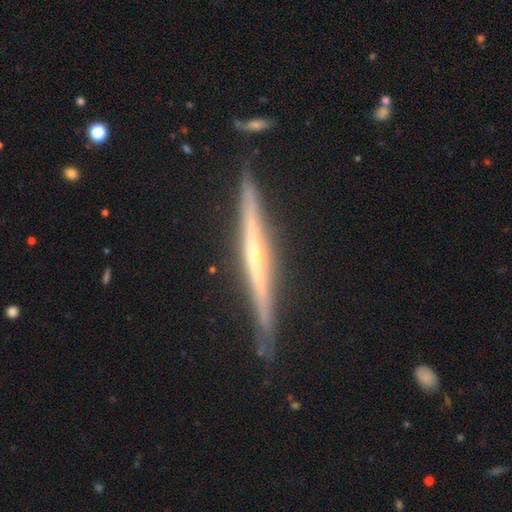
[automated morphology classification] Overall: featured or disk (84%). Edge-on disk: yes (98%). Edge-on bulge: rounded (65%; none 31%). Merging: none (86%).